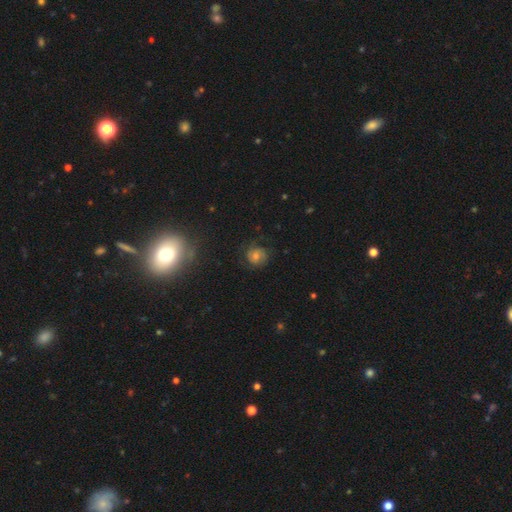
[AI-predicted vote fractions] This appears to be a featured or disk galaxy (41%). Merging: none (76%).